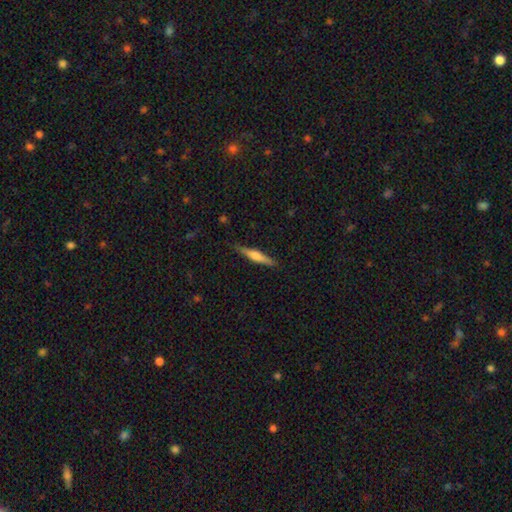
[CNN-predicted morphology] featured or disk 47% (tied), smooth 47% (tied), star or artifact 6%. Down the decision tree: merging — none (87%).